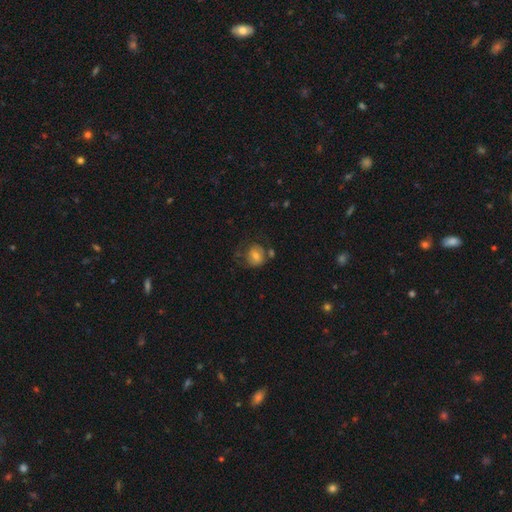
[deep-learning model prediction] Smooth or featured? smooth (64%)
How rounded? round (73%)
Merging? none (52%)